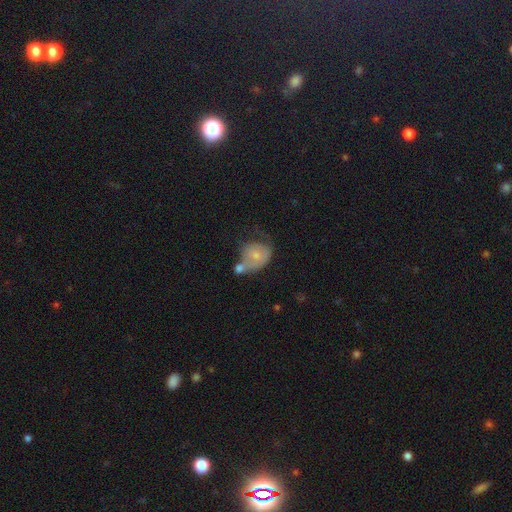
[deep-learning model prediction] Smooth or featured?
  - smooth: 61% *
  - featured or disk: 31%
  - star or artifact: 8%
How rounded?
  - round: 59% *
  - in between: 40%
  - cigar-shaped: 1%
Merging?
  - merger: 40% *
  - none: 24%
  - minor disturbance: 20%
  - major disturbance: 17%